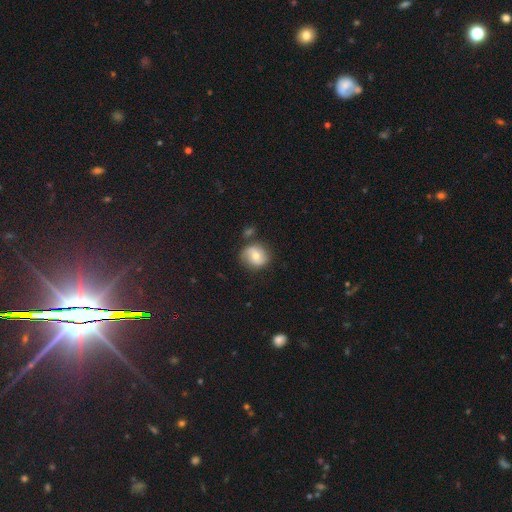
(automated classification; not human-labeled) smooth-or-featured: smooth: 51% | featured or disk: 41% | star or artifact: 8%
  how-rounded: round: 72% | in between: 27% | cigar-shaped: 1%
  merging: none: 69% | minor disturbance: 19% | merger: 7% | major disturbance: 5%